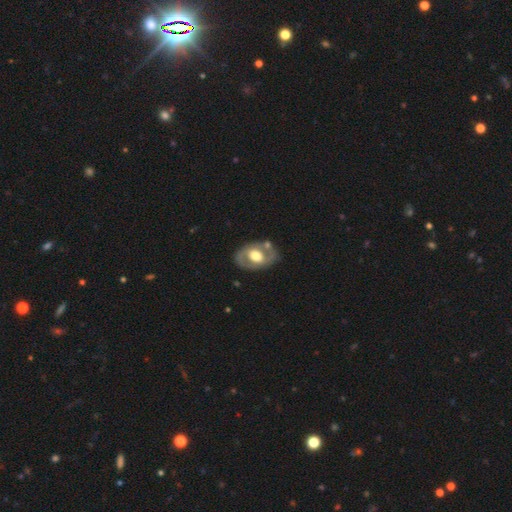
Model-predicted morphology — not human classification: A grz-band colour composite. It shows a featured or disk galaxy (61%) with no bar (67%), no spiral arms (63%) and a moderate central bulge (50%). Merging: none (70%).